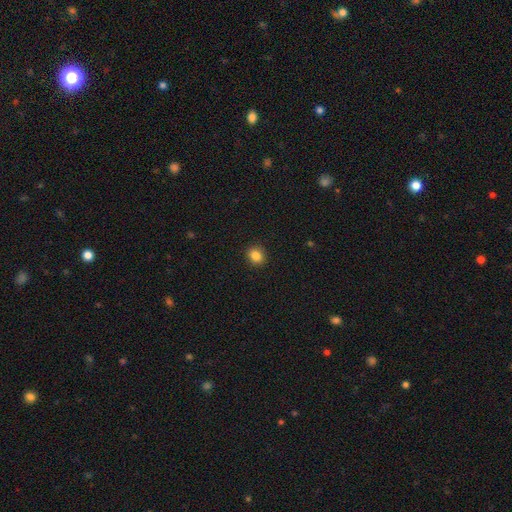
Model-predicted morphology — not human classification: This is clearly a smooth galaxy (85%). How rounded: likely round (67%). Merging: clearly none (91%).